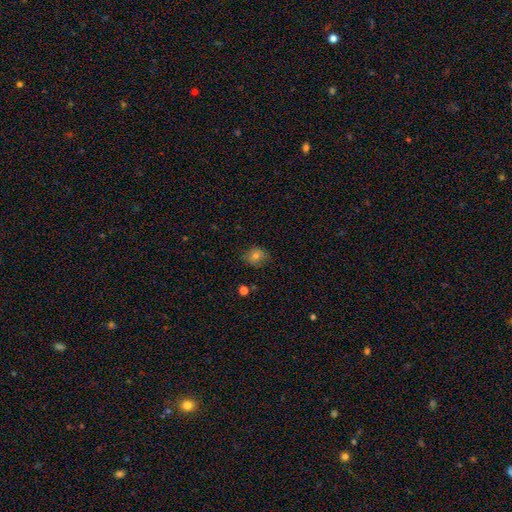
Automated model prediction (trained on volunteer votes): smooth-or-featured: smooth: 75% | star or artifact: 13% | featured or disk: 12%
  how-rounded: round: 55% | in between: 44% | cigar-shaped: 1%
  merging: none: 77% | minor disturbance: 18% | major disturbance: 4% | merger: 1%